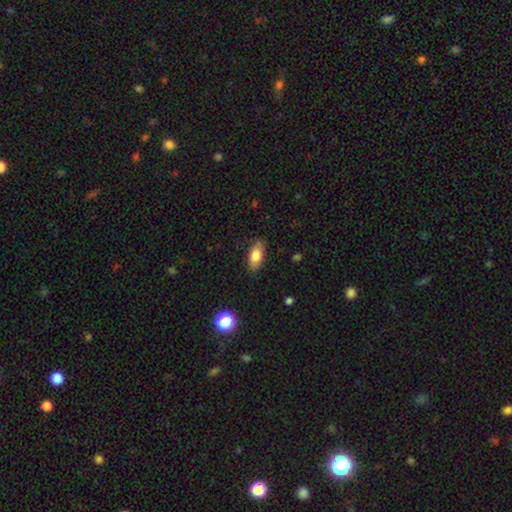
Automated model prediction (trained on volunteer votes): Smooth or featured? Predicted: smooth (p=0.78). How rounded? Predicted: in between (p=0.87). Merging? Predicted: none (p=0.85).